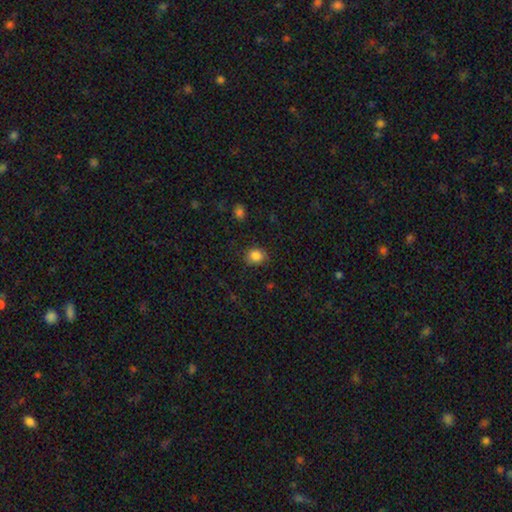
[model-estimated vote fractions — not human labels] Overall: smooth (85%). How rounded: round (67%; in between 32%). Merging: none (83%).